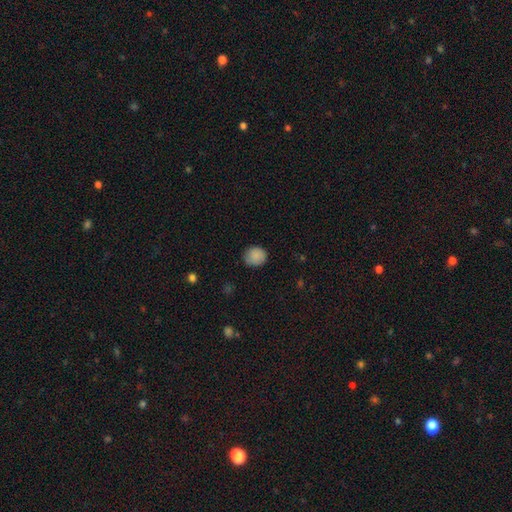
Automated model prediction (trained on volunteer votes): smooth-or-featured: smooth: 87% | star or artifact: 8% | featured or disk: 5%
  how-rounded: round: 81% | in between: 19% | cigar-shaped: 1%
  merging: none: 82% | minor disturbance: 15% | major disturbance: 3% | merger: 1%